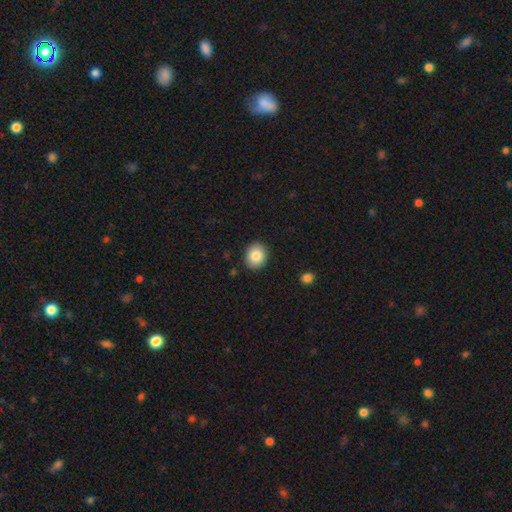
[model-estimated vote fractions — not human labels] Overall: smooth (85%). How rounded: round (60%; in between 39%). Merging: none (89%).